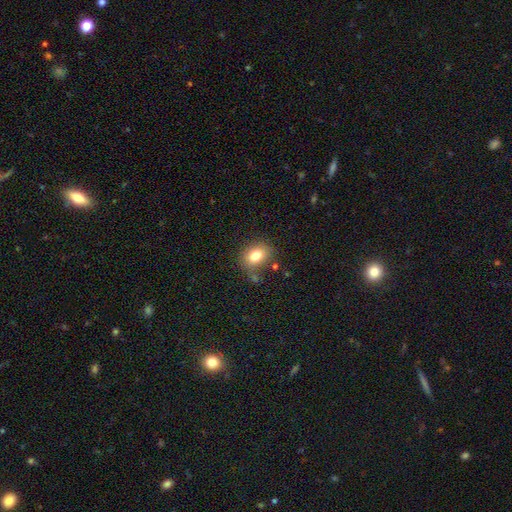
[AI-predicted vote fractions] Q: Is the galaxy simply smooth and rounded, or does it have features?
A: smooth — 79%.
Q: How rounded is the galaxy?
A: in between — 63%.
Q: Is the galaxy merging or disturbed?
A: none — 72%.